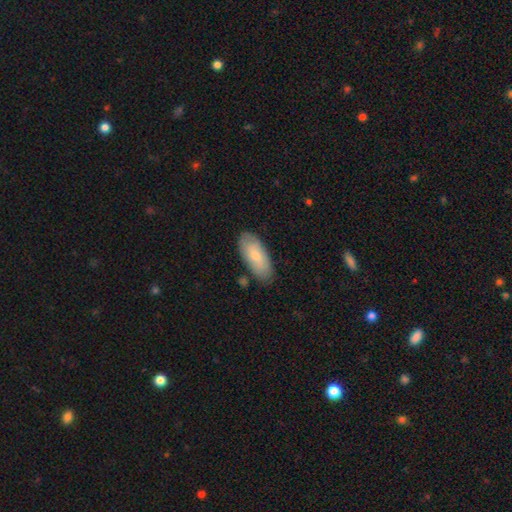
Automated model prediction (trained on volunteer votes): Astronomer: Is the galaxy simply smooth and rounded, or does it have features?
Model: smooth — 75%.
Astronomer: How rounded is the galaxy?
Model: in between — 88%.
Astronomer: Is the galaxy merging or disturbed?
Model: none — 80%.